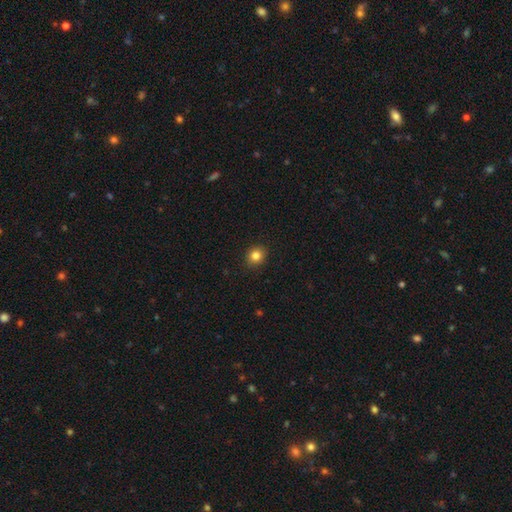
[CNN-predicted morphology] This appears to be a smooth galaxy with no disk features (84%) that is round (81%). Merging: none (91%).